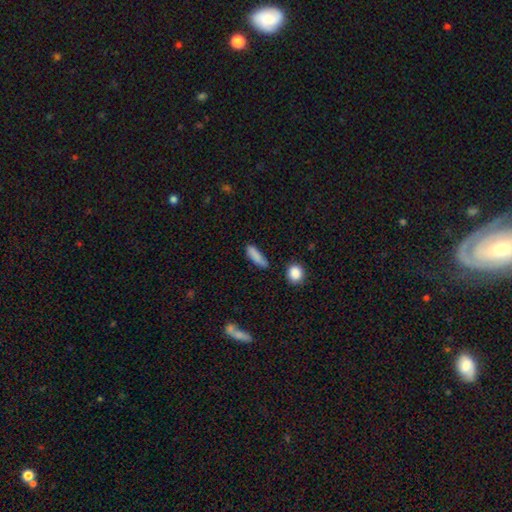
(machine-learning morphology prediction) Q: Smooth or featured?
A: smooth (84%); runner-up: star or artifact (8%)
Q: How rounded?
A: cigar-shaped (62%); runner-up: in between (35%)
Q: Merging?
A: none (68%); runner-up: minor disturbance (22%)